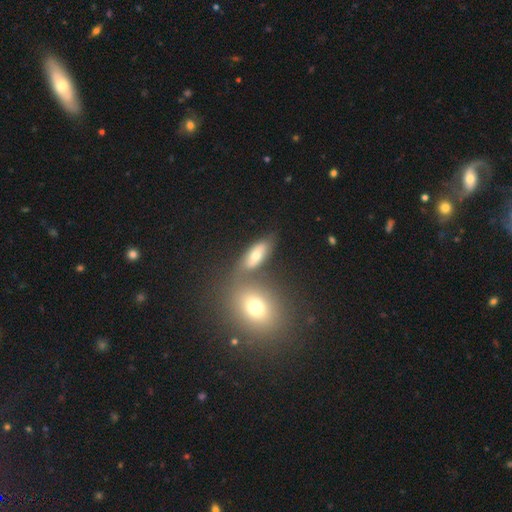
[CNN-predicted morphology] The model was most divided on "merging": none: 56%, merger: 25%, minor disturbance: 13%, major disturbance: 6%. More confident: how rounded — in between (78%); smooth or featured — smooth (64%).